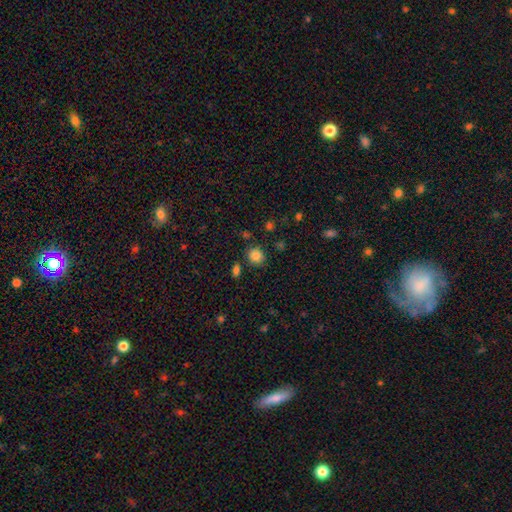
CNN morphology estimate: smooth_or_featured: smooth (p=0.84) [alt: star or artifact p=0.11]
how_rounded: round (p=0.83) [alt: in between p=0.16]
merging: none (p=0.82) [alt: minor disturbance p=0.10]